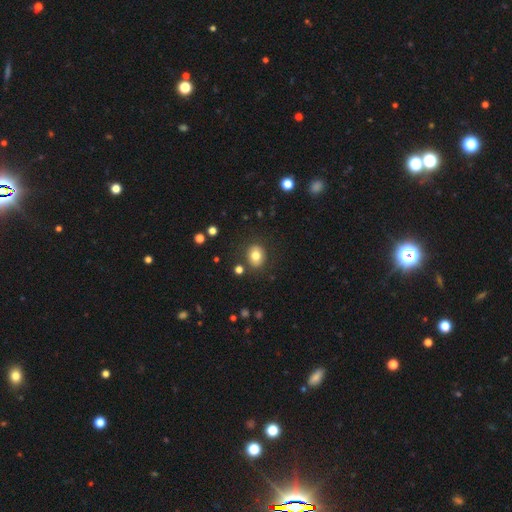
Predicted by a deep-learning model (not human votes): smooth 78%, featured or disk 12%, star or artifact 10%. Down the decision tree: how rounded — round (56%); merging — none (84%).